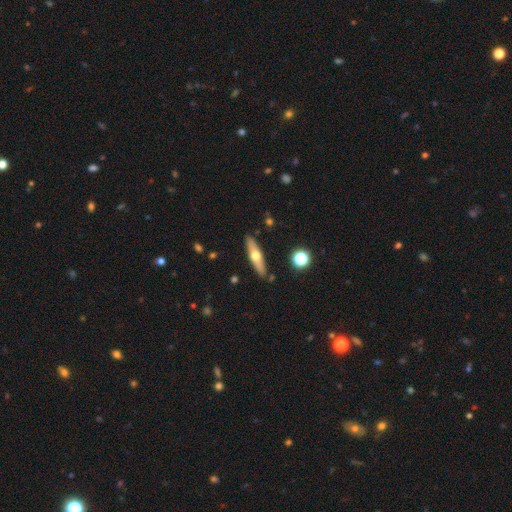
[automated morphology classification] Smooth or featured? Predicted: featured or disk (p=0.52). Edge-on disk? Predicted: yes (p=0.87). Merging? Predicted: none (p=0.88).